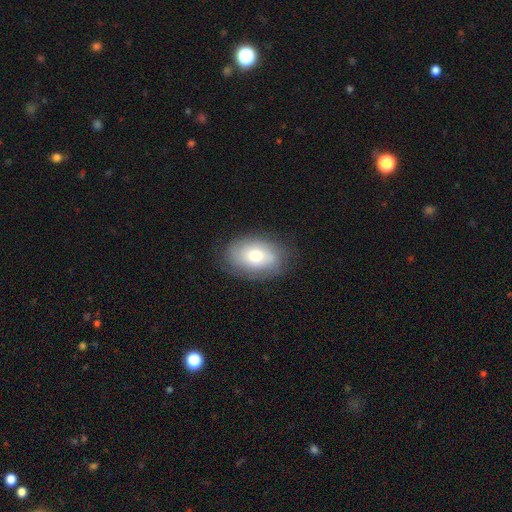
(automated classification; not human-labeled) Smooth or featured: smooth — 60% (featured or disk — 31%)
How rounded: in between — 85% (round — 13%)
Merging: none — 78% (minor disturbance — 16%)